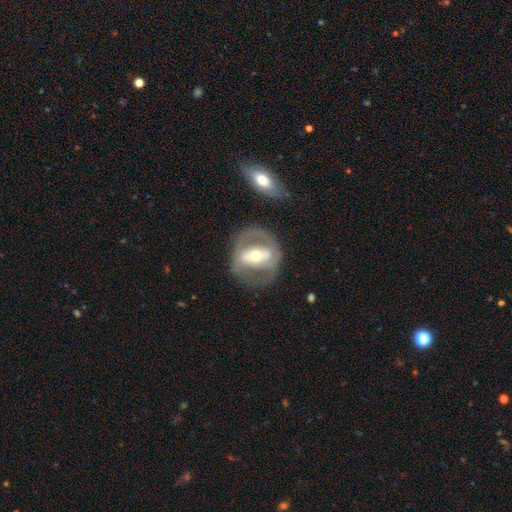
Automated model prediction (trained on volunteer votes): A featured or disk galaxy (73%) with a strong bar (50%), no spiral arms (57%) and a moderate central bulge (66%). Merging: none (67%).